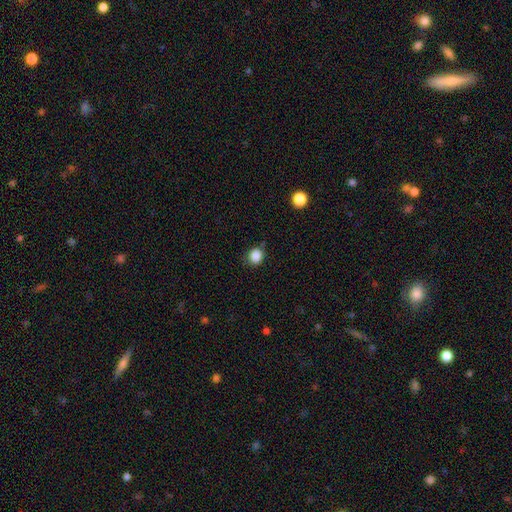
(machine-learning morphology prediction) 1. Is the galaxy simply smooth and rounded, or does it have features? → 86% smooth, 11% star or artifact, 4% featured or disk.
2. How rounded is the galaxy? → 80% round, 19% in between, 1% cigar-shaped.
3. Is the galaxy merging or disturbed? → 78% none, 16% minor disturbance, 4% major disturbance, 3% merger.